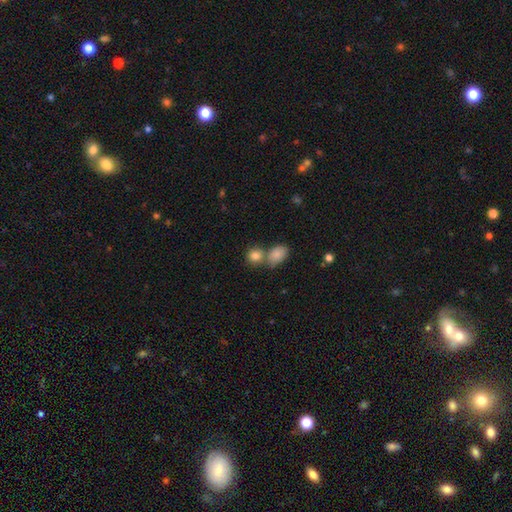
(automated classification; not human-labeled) Overall: smooth (84%). How rounded: round (72%). Merging: none (48%; merger 40%).